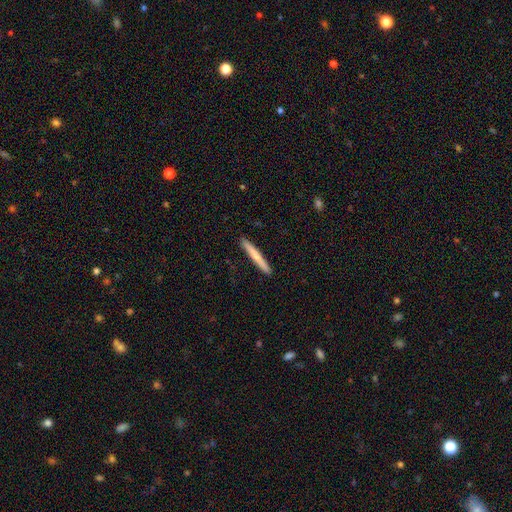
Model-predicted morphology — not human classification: type=smooth (70%); roundness=cigar-shaped (97%); merging=none (92%).